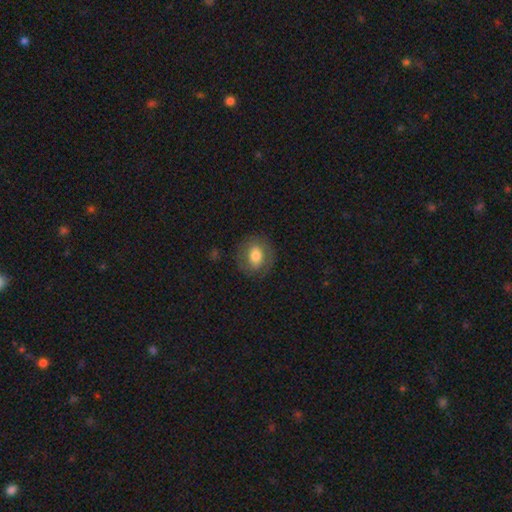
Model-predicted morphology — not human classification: This is likely a smooth galaxy (67%). How rounded: likely round (63%). Merging: clearly none (81%).